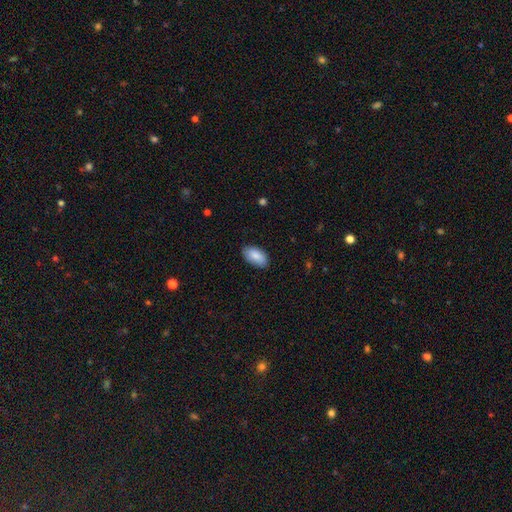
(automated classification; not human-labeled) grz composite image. It shows a smooth galaxy with no disk features (86%) that is in between round and cigar-shaped (94%). Merging: none (84%).